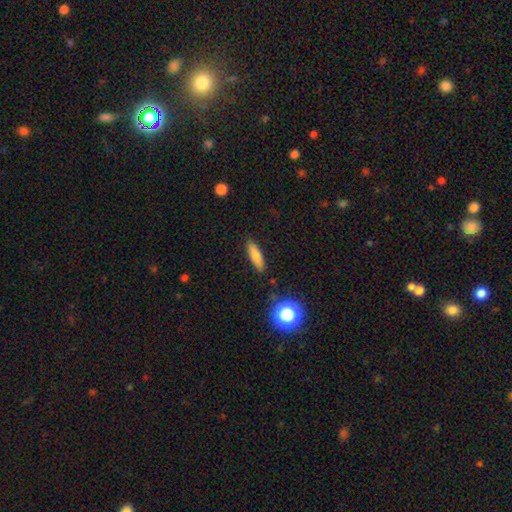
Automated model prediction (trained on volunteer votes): Morphology: type=smooth (78%); roundness=cigar-shaped (62%); merging=none (87%).